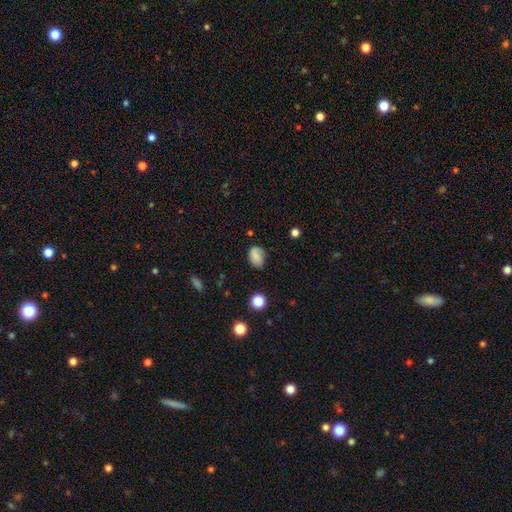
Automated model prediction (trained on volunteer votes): A smooth galaxy with no disk features (79%) that is in between round and cigar-shaped (80%). Merging: none (68%).